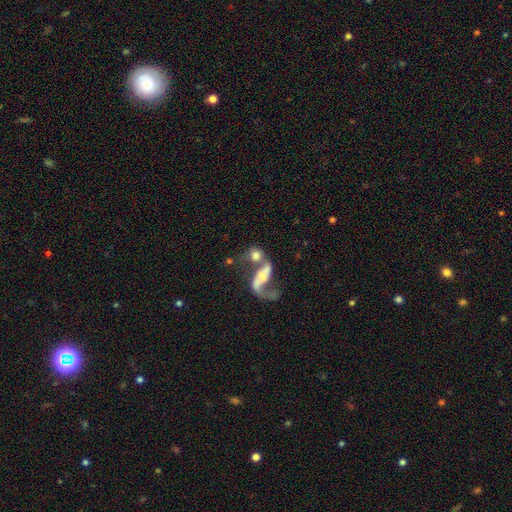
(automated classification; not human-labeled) Smooth or featured? featured or disk (51%)
Edge-on disk? no (93%)
Merging? merger (55%)